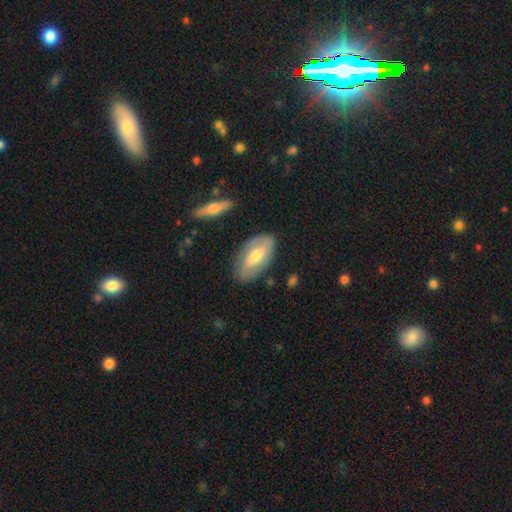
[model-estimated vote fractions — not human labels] Q: Smooth or featured?
A: smooth (48%); runner-up: featured or disk (47%)
Q: Merging?
A: none (79%); runner-up: minor disturbance (15%)